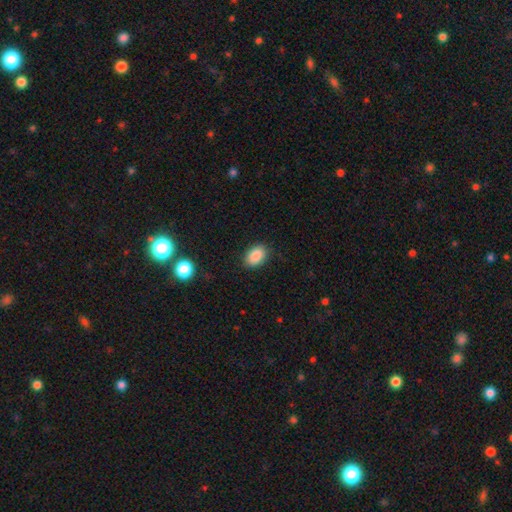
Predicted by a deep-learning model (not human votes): Overall: smooth (88%). How rounded: in between (85%). Merging: none (87%).